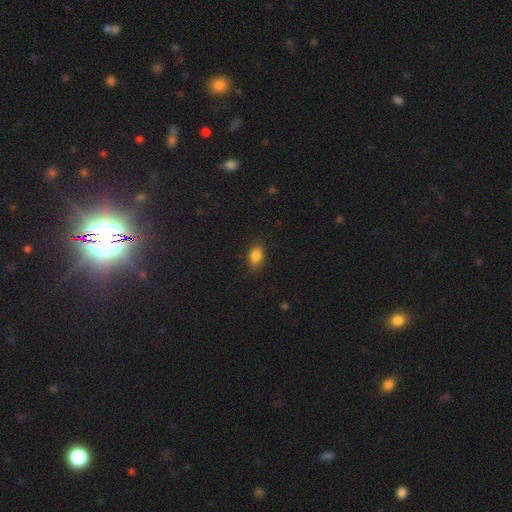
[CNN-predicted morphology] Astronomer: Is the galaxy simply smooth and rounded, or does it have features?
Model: smooth — 85%.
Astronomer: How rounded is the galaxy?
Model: in between — 79%.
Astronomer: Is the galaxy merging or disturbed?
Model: none — 82%.